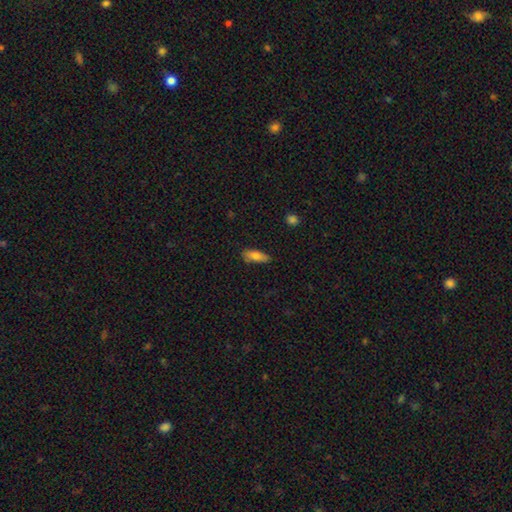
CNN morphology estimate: Overall: smooth (78%). How rounded: in between (72%). Merging: none (78%).